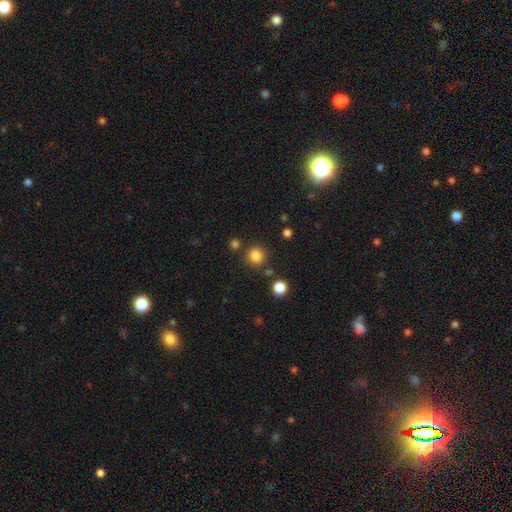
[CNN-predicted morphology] The model was most divided on "smooth or featured": smooth: 83%, star or artifact: 13%, featured or disk: 4%. More confident: how rounded — round (93%); merging — none (84%).